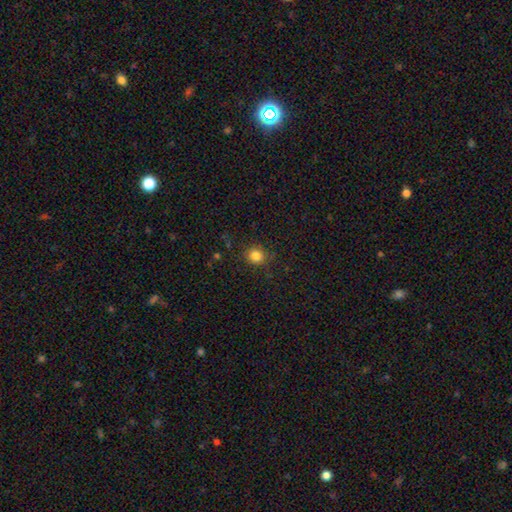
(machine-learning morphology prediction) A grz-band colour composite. It shows a smooth galaxy with no disk features (83%) that is round (82%). Merging: none (87%).